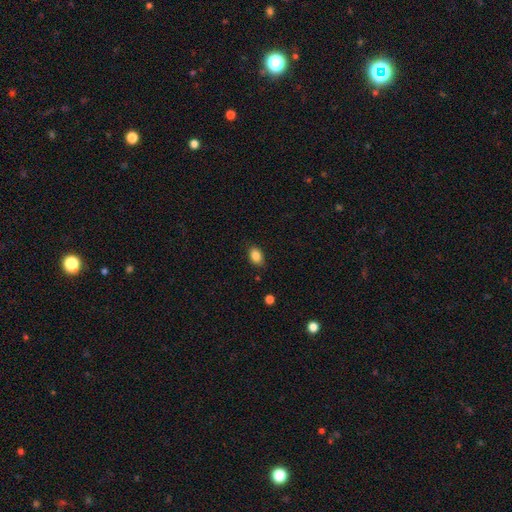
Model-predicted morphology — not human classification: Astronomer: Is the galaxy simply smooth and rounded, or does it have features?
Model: smooth — 86%.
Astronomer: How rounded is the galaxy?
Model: in between — 83%.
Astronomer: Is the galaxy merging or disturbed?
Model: none — 84%.